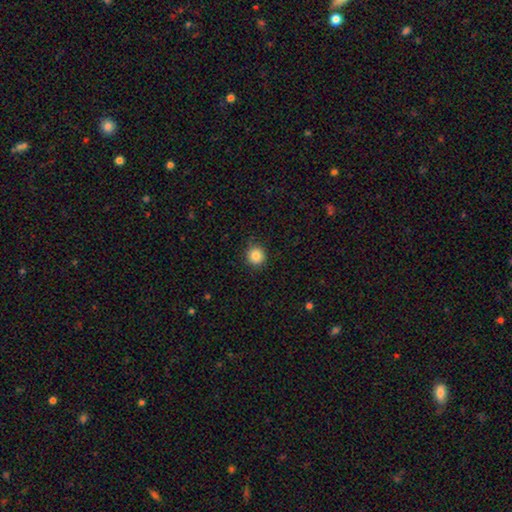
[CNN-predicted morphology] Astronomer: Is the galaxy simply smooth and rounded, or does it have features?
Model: smooth — 85%.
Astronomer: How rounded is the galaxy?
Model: round — 93%.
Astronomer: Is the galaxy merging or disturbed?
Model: none — 87%.